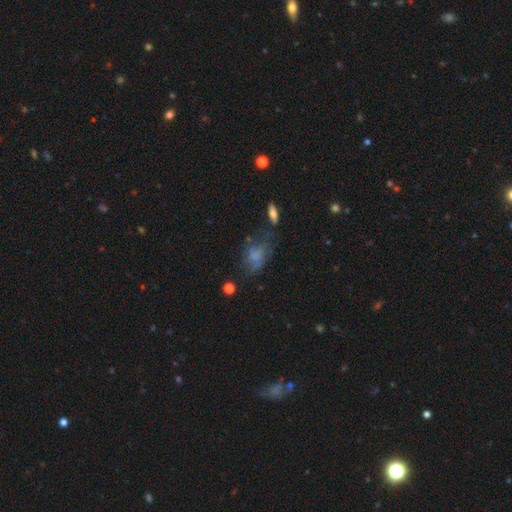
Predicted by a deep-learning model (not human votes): smooth_or_featured: smooth (p=0.54) [alt: featured or disk p=0.32]
how_rounded: in between (p=0.72) [alt: round p=0.25]
merging: none (p=0.45) [alt: minor disturbance p=0.26]